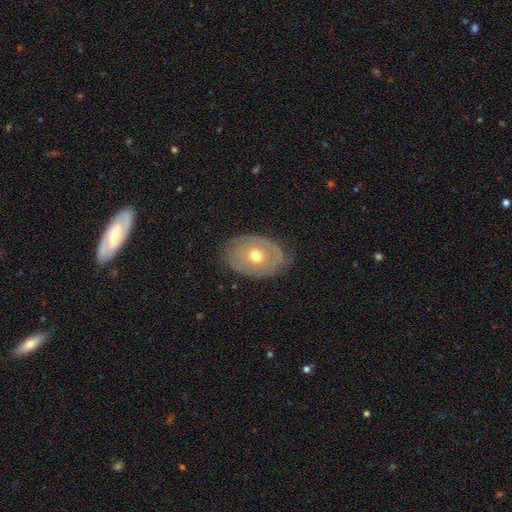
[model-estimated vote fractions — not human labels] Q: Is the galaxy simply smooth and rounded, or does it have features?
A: featured or disk — 56%.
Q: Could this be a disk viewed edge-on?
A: no — 92%.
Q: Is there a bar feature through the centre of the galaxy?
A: no — 86%.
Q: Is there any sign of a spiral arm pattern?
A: no — 68%.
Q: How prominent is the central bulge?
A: moderate — 77%.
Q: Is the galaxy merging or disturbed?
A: none — 72%.